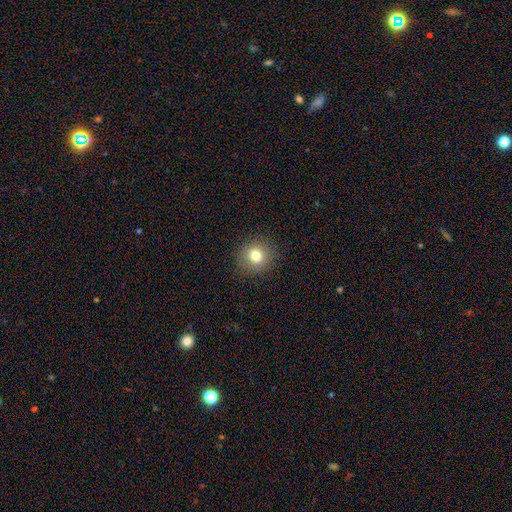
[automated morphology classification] Smooth or featured: smooth — 78% (star or artifact — 12%)
How rounded: round — 87% (in between — 12%)
Merging: none — 89% (minor disturbance — 7%)